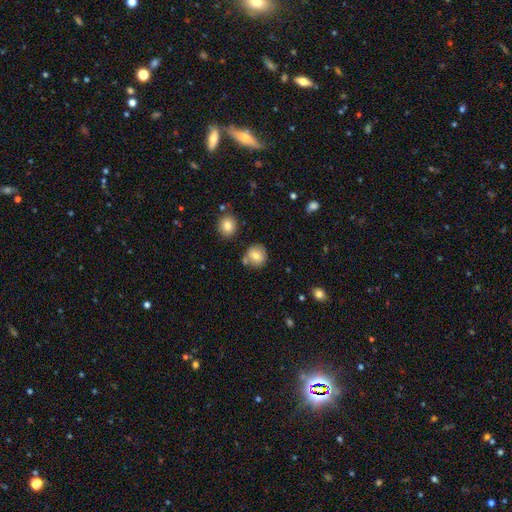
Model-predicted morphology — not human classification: Smooth or featured? Predicted: smooth (p=0.76). How rounded? Predicted: round (p=0.89). Merging? Predicted: none (p=0.72).